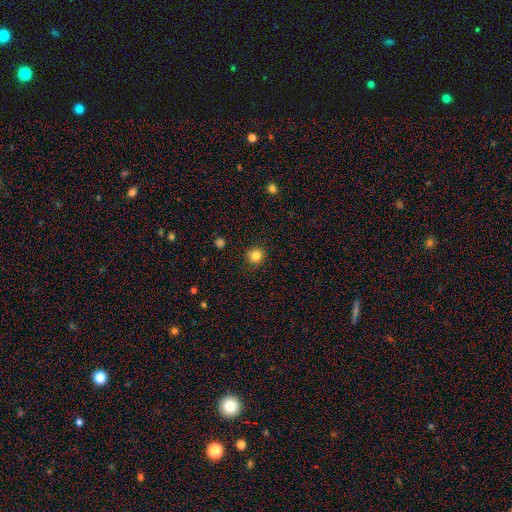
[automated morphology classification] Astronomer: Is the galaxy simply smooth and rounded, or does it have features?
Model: smooth — 84%.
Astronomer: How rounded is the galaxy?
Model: round — 90%.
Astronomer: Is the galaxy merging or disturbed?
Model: none — 90%.